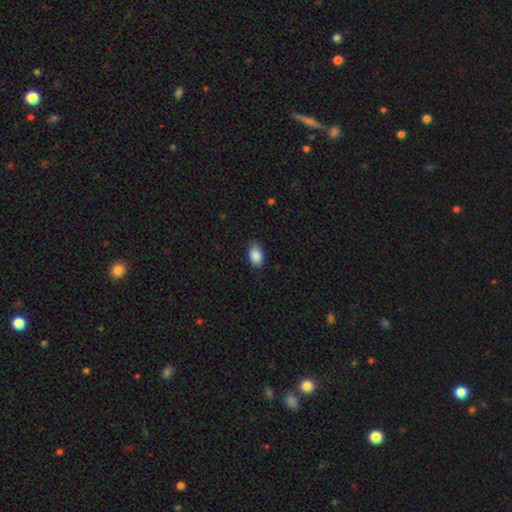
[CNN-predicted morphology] type=smooth (89%); roundness=in between (91%); merging=none (81%).